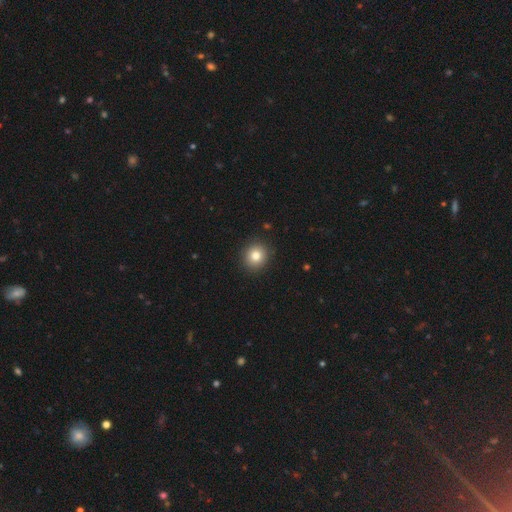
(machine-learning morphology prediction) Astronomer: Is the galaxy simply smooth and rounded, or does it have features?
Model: smooth — 82%.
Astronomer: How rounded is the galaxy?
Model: round — 86%.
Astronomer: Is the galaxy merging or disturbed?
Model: none — 91%.